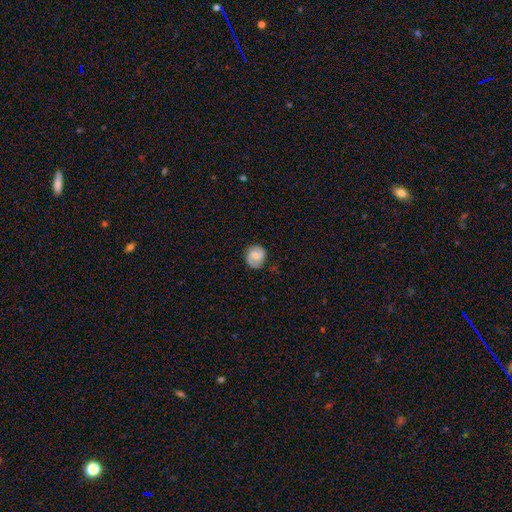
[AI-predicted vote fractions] Morphology: type=smooth (48%); merging=none (77%).